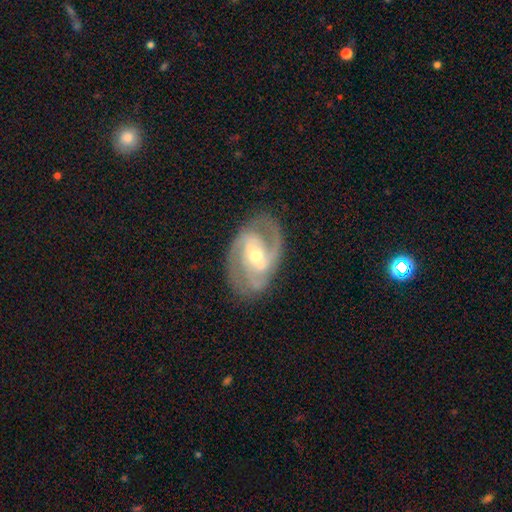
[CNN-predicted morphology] Overall: featured or disk (87%). Edge-on disk: no (96%). Bar: weak (43%; strong 37%). Spiral arms: yes (95%). Spiral arm count: 2 (61%). Spiral winding: medium (50%; tight 35%). Bulge size: moderate (55%; small 41%). Merging: none (76%).